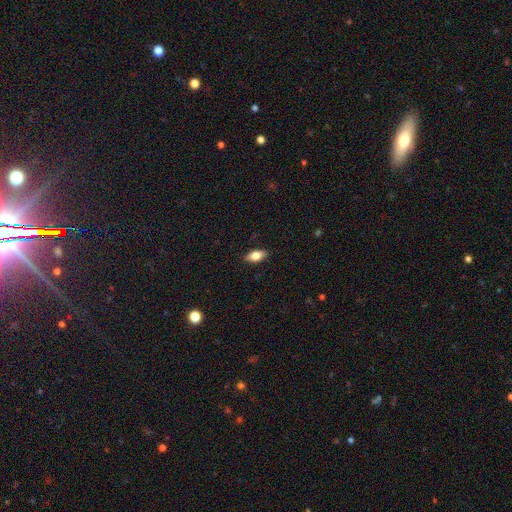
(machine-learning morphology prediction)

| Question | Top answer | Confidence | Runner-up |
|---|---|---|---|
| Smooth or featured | smooth | 76% | featured or disk (17%) |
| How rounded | in between | 86% | cigar-shaped (9%) |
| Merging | none | 87% | minor disturbance (10%) |